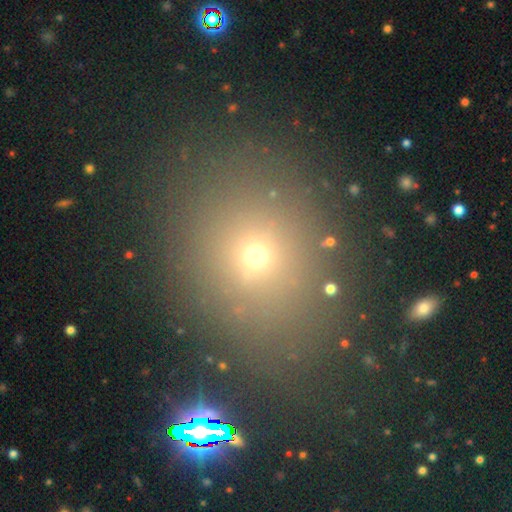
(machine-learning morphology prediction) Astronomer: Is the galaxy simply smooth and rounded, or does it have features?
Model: smooth — 62%.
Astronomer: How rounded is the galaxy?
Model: round — 62%.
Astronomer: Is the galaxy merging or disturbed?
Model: none — 81%.